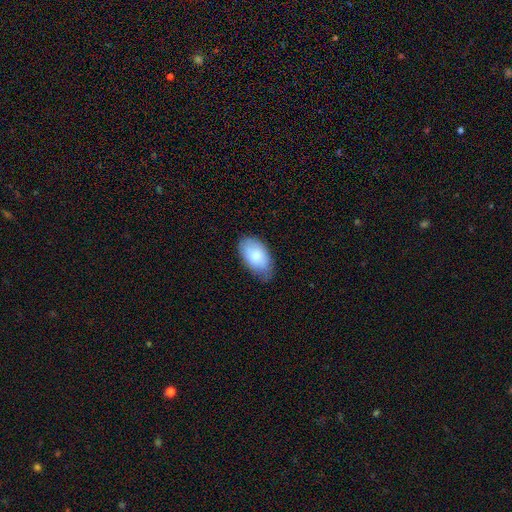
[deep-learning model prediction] Smooth or featured? smooth (82%)
How rounded? in between (95%)
Merging? none (65%)